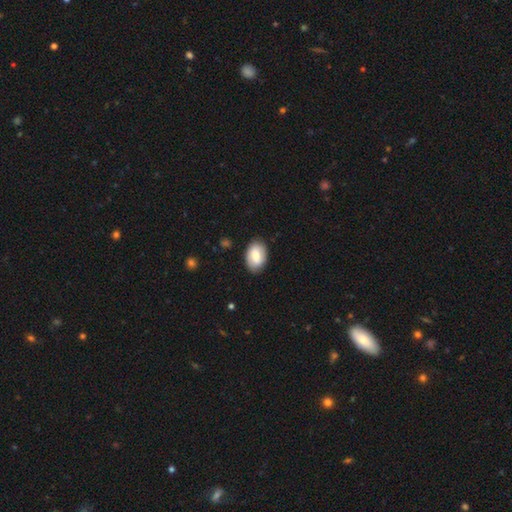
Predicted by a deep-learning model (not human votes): smooth-or-featured: smooth: 71% | featured or disk: 23% | star or artifact: 6%
  how-rounded: in between: 88% | round: 10% | cigar-shaped: 1%
  merging: none: 84% | minor disturbance: 12% | major disturbance: 3% | merger: 1%